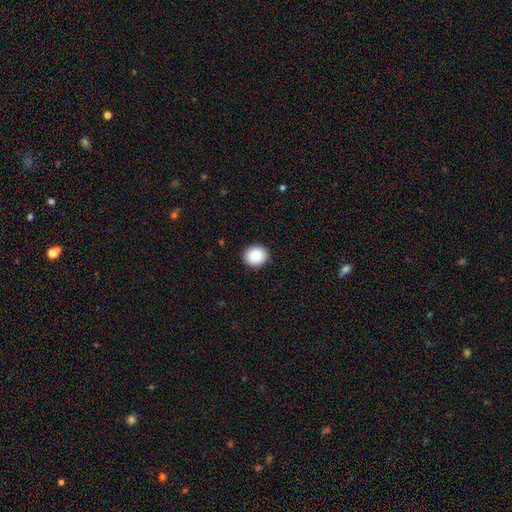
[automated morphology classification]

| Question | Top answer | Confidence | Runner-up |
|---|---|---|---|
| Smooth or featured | smooth | 89% | star or artifact (8%) |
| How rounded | round | 78% | in between (21%) |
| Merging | none | 92% | minor disturbance (5%) |